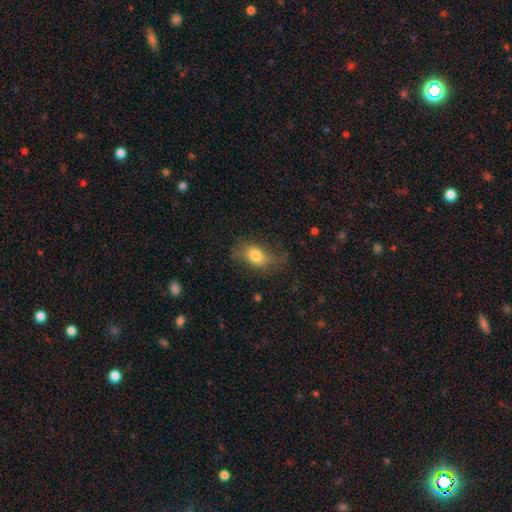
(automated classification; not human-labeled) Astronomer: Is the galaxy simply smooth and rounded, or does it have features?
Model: smooth — 77%.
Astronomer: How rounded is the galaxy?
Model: in between — 80%.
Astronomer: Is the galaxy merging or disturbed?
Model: none — 62%.